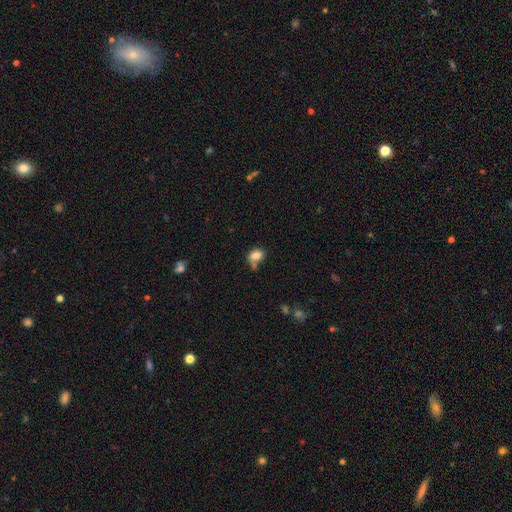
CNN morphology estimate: Smooth or featured? smooth (82%)
How rounded? in between (68%)
Merging? none (47%)